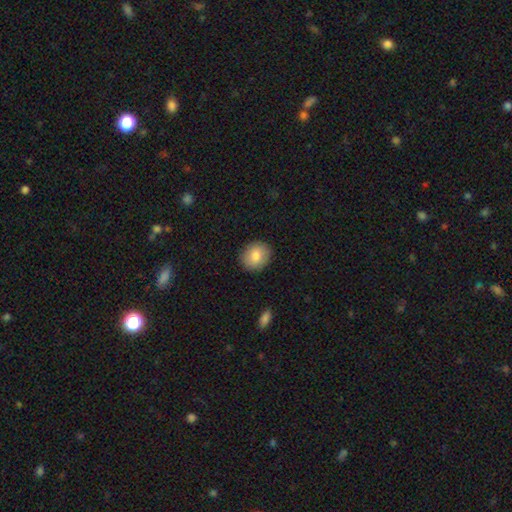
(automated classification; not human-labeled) Smooth or featured?
  - smooth: 82% *
  - featured or disk: 10%
  - star or artifact: 7%
How rounded?
  - round: 65% *
  - in between: 34%
  - cigar-shaped: 1%
Merging?
  - none: 89% *
  - minor disturbance: 8%
  - major disturbance: 2%
  - merger: 1%